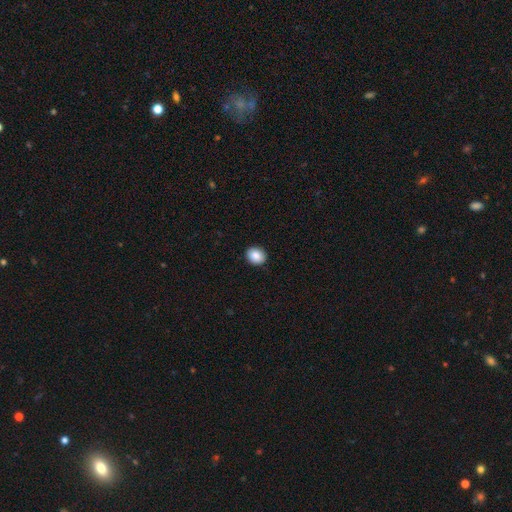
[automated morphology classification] Overall: smooth (87%). How rounded: round (66%; in between 33%). Merging: none (91%).